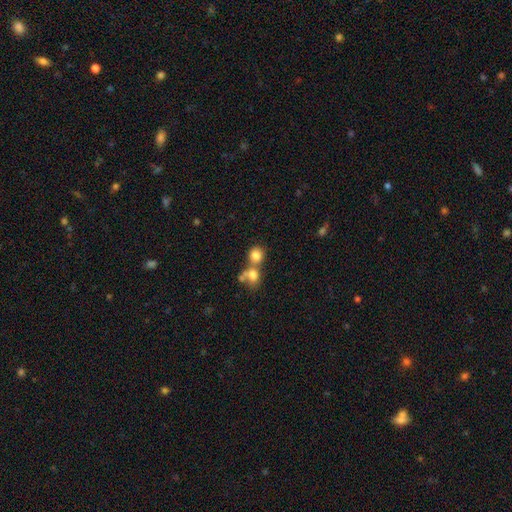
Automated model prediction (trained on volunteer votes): Q: Smooth or featured?
A: smooth (79%); runner-up: star or artifact (11%)
Q: How rounded?
A: round (78%); runner-up: in between (21%)
Q: Merging?
A: merger (47%); runner-up: none (41%)